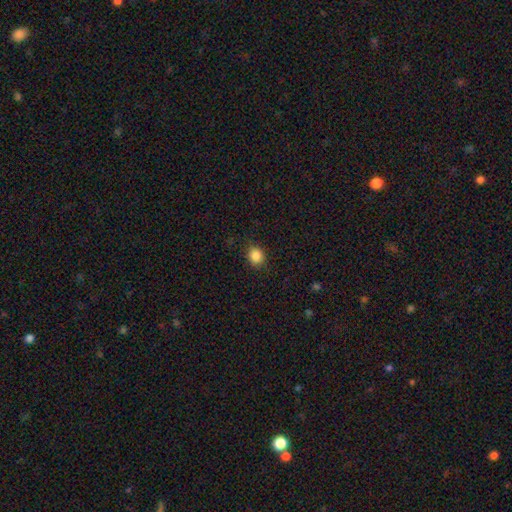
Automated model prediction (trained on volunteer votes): smooth 86%, star or artifact 10%, featured or disk 4%. Down the decision tree: how rounded — round (72%); merging — none (85%).